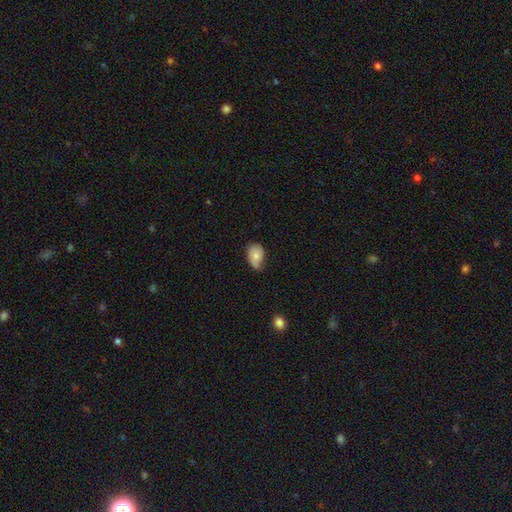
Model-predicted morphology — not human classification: smooth-or-featured: smooth: 71% | featured or disk: 21% | star or artifact: 7%
  how-rounded: in between: 80% | round: 18% | cigar-shaped: 1%
  merging: minor disturbance: 44% | none: 42% | major disturbance: 12% | merger: 2%